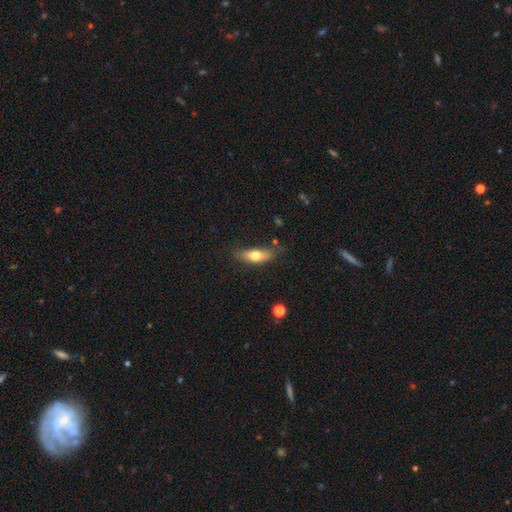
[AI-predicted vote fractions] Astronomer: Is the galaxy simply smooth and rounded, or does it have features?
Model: smooth — 67%.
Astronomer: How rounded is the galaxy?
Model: in between — 63%.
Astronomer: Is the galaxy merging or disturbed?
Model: none — 70%.